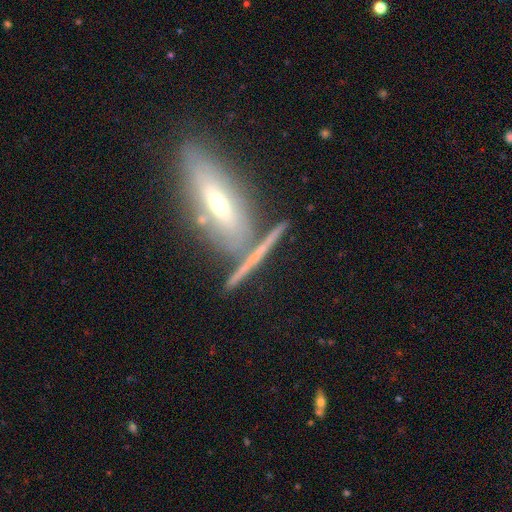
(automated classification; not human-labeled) Smooth or featured?
  - featured or disk: 64% *
  - smooth: 23%
  - star or artifact: 13%
Edge-on disk?
  - yes: 72% *
  - no: 28%
Merging?
  - none: 64% *
  - merger: 17%
  - minor disturbance: 14%
  - major disturbance: 5%